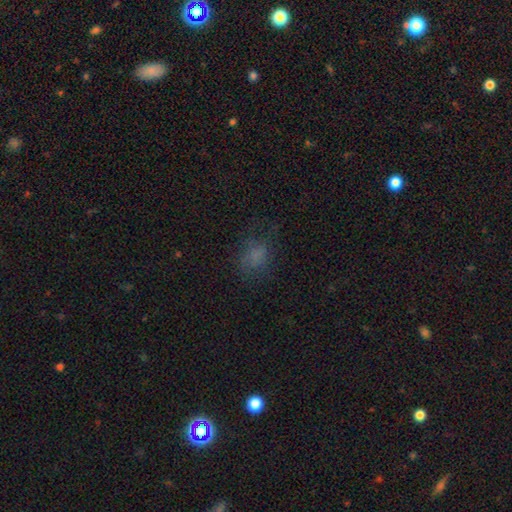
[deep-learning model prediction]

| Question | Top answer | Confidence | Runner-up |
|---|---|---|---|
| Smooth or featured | smooth | 67% | star or artifact (20%) |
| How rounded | in between | 57% | round (42%) |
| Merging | none | 63% | minor disturbance (20%) |